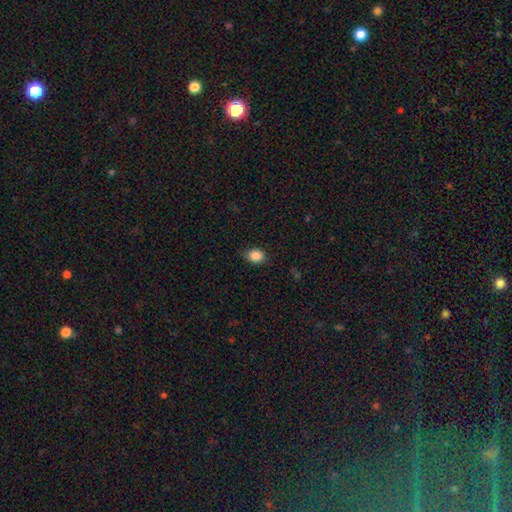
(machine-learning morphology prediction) smooth 86%, star or artifact 9%, featured or disk 4%. Down the decision tree: how rounded — in between (57%); merging — none (82%).